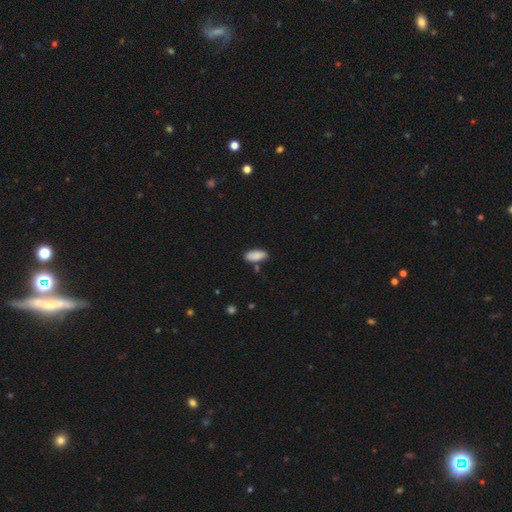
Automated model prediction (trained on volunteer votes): A smooth galaxy with no disk features (89%) that is in between round and cigar-shaped (84%). Merging: none (77%).